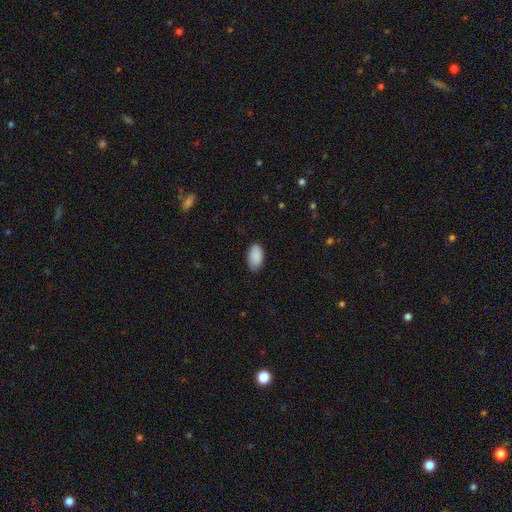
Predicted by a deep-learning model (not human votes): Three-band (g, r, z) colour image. It shows a smooth galaxy with no disk features (90%) that is in between round and cigar-shaped (95%). Merging: none (83%).